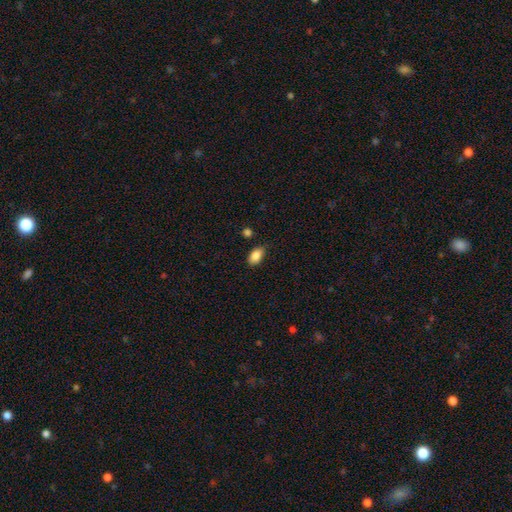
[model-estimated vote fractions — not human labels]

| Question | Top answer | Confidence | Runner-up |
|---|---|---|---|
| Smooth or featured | smooth | 87% | star or artifact (8%) |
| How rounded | in between | 91% | round (7%) |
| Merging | none | 79% | minor disturbance (16%) |